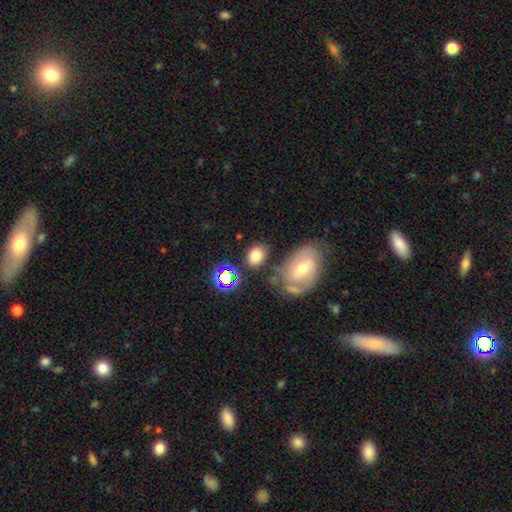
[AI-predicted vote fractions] This appears to be a smooth galaxy with no disk features (75%) that is in between round and cigar-shaped (62%). Merging: none (65%).